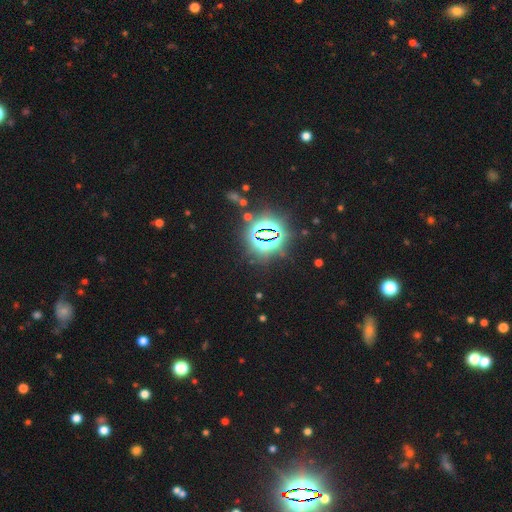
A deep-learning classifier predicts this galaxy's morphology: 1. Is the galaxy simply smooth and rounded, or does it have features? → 85% star or artifact, 9% smooth, 6% featured or disk.